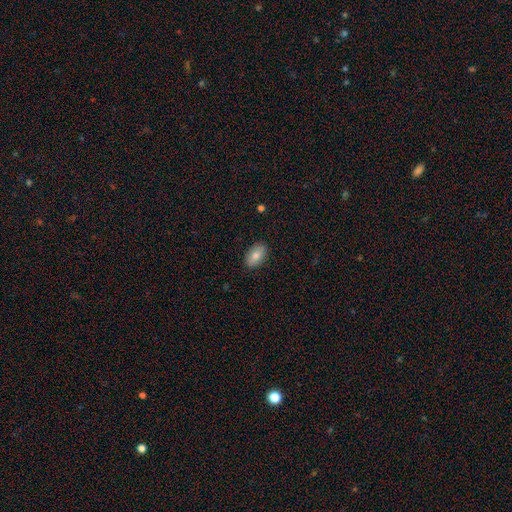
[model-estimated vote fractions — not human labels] A smooth galaxy with no disk features (80%) that is in between round and cigar-shaped (92%).

Vote fractions:
- Smooth or featured? smooth: 80% / featured or disk: 14% / star or artifact: 7%
- How rounded? in between: 92% / round: 6% / cigar-shaped: 2%
- Merging? none: 88% / minor disturbance: 9% / major disturbance: 2% / merger: 1%